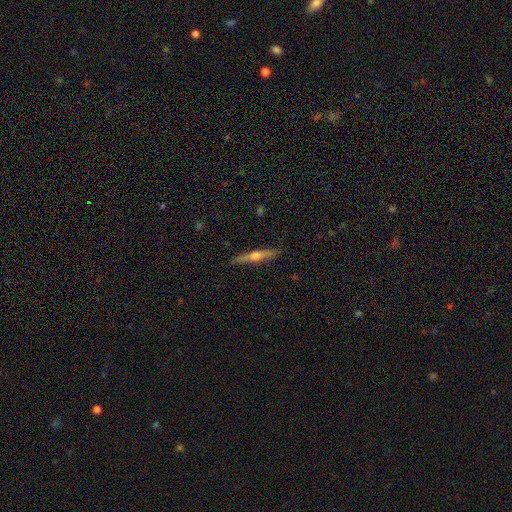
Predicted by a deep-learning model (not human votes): Overall: featured or disk (67%). Edge-on disk: yes (97%). Edge-on bulge: rounded (92%). Merging: none (90%).